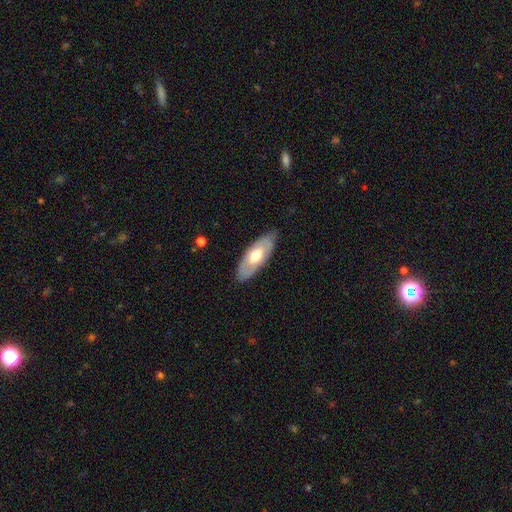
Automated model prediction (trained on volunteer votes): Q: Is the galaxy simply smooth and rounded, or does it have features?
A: smooth — 50%.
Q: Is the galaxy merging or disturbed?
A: none — 82%.